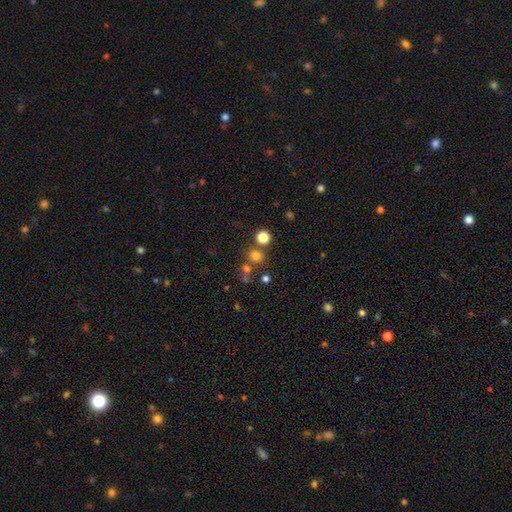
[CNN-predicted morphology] Smooth or featured?
  - smooth: 72% *
  - star or artifact: 20%
  - featured or disk: 8%
How rounded?
  - round: 86% *
  - in between: 13%
  - cigar-shaped: 1%
Merging?
  - none: 67% *
  - merger: 20%
  - minor disturbance: 8%
  - major disturbance: 4%